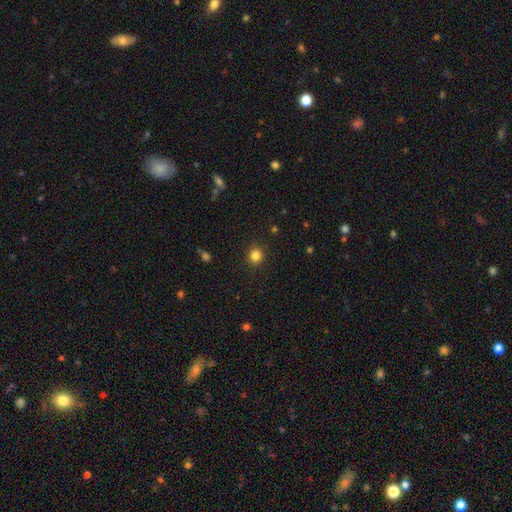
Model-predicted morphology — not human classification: A smooth galaxy with no disk features (83%) that is round (91%). Merging: none (91%).